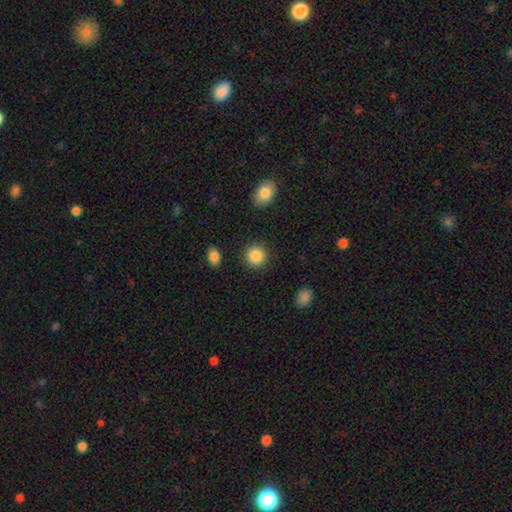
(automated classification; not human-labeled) Morphology: type=smooth (88%); roundness=round (91%); merging=none (90%).